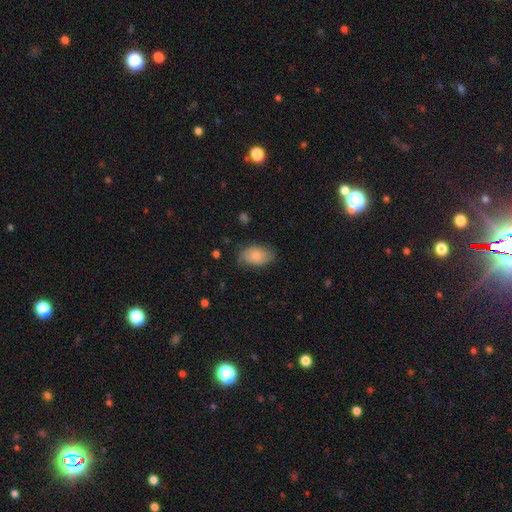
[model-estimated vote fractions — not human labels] smooth 68%, featured or disk 25%, star or artifact 7%. Down the decision tree: how rounded — in between (90%); merging — none (66%).